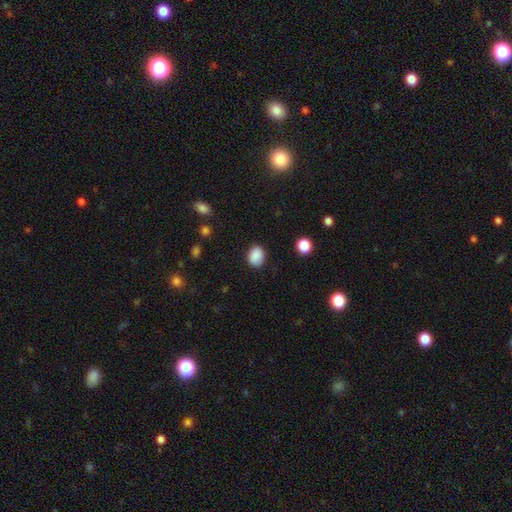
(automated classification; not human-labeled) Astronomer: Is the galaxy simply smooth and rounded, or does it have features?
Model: smooth — 88%.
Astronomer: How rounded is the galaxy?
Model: in between — 57% (runner-up: round, 42%).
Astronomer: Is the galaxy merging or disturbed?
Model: none — 84%.